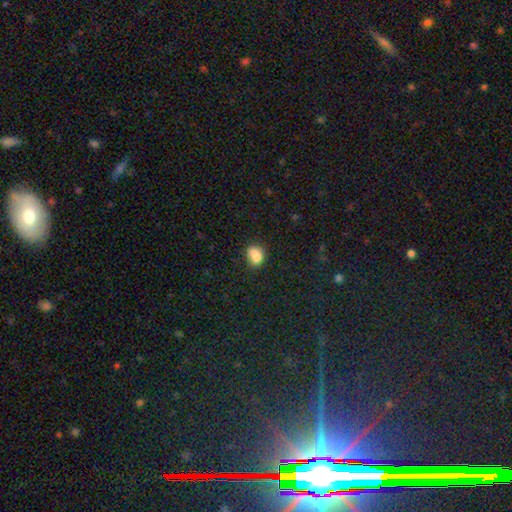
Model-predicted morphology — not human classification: The model was most divided on "merging": none: 42%, merger: 29%, minor disturbance: 21%, major disturbance: 7%. More confident: smooth or featured — smooth (80%); how rounded — in between (60%).